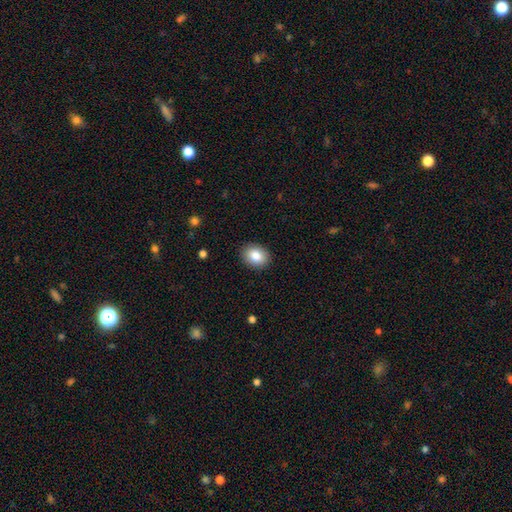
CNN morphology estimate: A smooth galaxy with no disk features (85%) that is in between round and cigar-shaped (62%).

Vote fractions:
- Smooth or featured? smooth: 85% / star or artifact: 8% / featured or disk: 7%
- How rounded? in between: 62% / round: 37% / cigar-shaped: 1%
- Merging? none: 89% / minor disturbance: 8% / major disturbance: 2% / merger: 1%